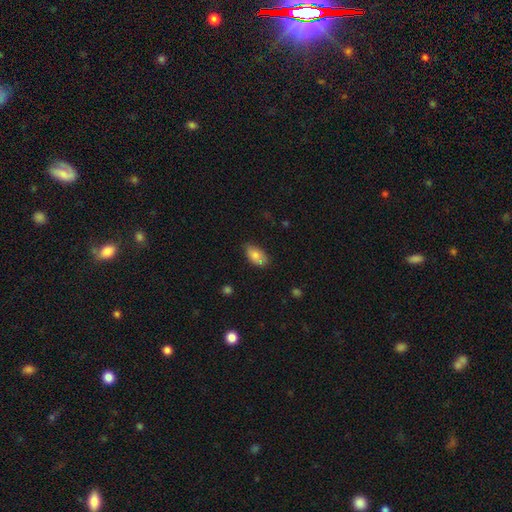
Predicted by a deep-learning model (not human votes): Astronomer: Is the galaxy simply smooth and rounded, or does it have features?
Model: smooth — 78%.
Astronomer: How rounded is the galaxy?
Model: in between — 92%.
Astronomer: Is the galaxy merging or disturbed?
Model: none — 67%.